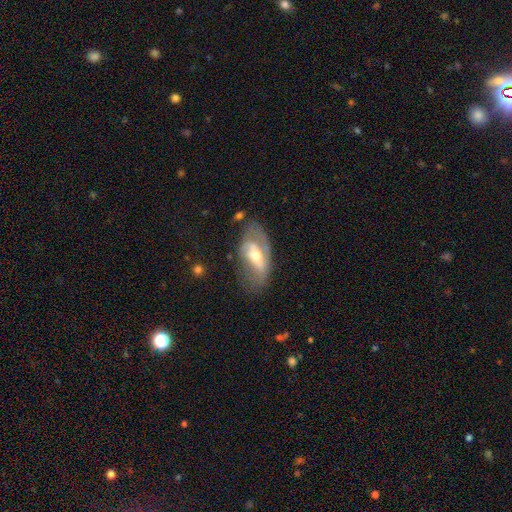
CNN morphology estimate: Q: Smooth or featured?
A: featured or disk (67%); runner-up: smooth (26%)
Q: Edge-on disk?
A: no (88%); runner-up: yes (12%)
Q: Bar?
A: weak (36%); runner-up: strong (33%)
Q: Spiral arms?
A: yes (66%); runner-up: no (34%)
Q: Bulge size?
A: moderate (64%); runner-up: small (28%)
Q: Merging?
A: none (49%); runner-up: minor disturbance (27%)